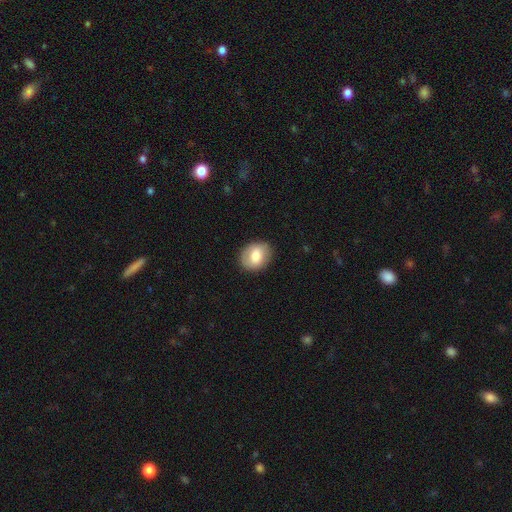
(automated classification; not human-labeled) Smooth or featured? Predicted: smooth (p=0.73). How rounded? Predicted: in between (p=0.51). Merging? Predicted: none (p=0.84).